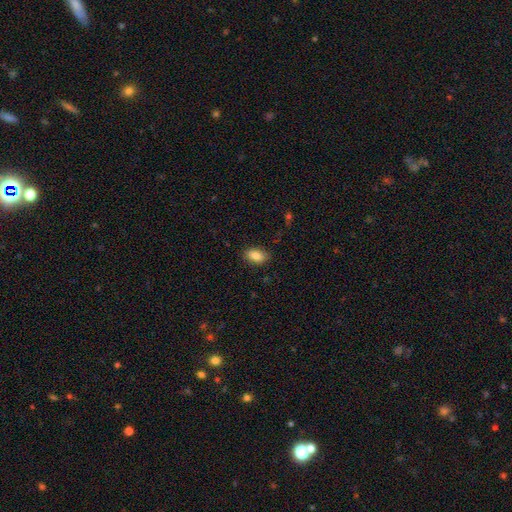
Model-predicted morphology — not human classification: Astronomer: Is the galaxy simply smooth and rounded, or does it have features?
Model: smooth — 85%.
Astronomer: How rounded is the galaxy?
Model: in between — 88%.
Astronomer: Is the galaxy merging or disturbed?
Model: none — 84%.